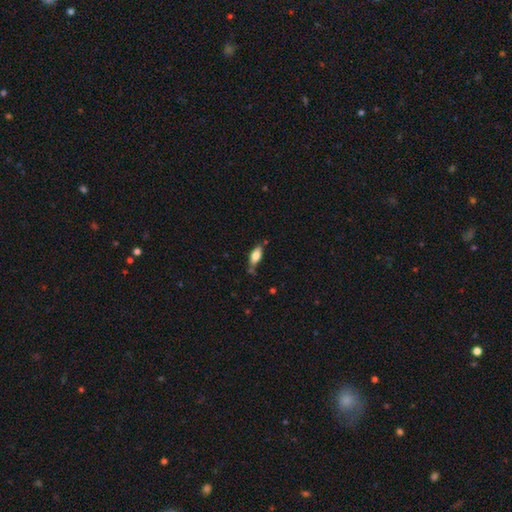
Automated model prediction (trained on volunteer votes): This appears to be a smooth galaxy with no disk features (73%) that is in between round and cigar-shaped (79%). Merging: none (67%).